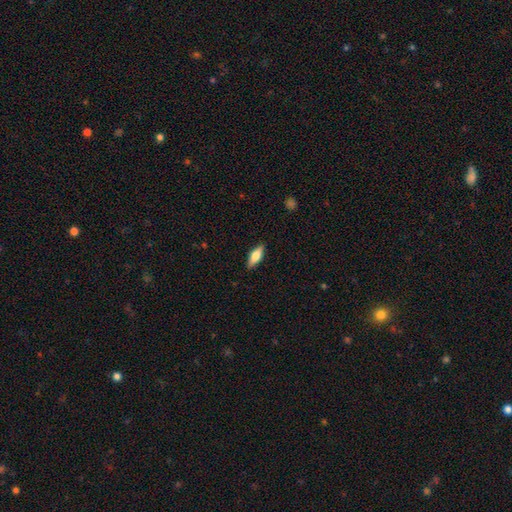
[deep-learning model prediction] smooth-or-featured: smooth: 62% | featured or disk: 31% | star or artifact: 6%
  how-rounded: in between: 63% | cigar-shaped: 34% | round: 3%
  merging: none: 88% | minor disturbance: 9% | major disturbance: 2% | merger: 1%